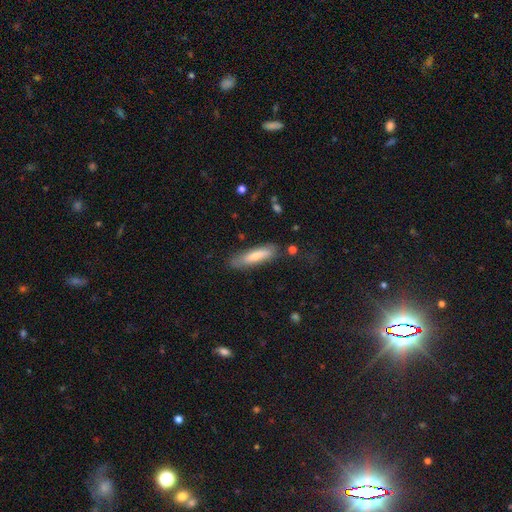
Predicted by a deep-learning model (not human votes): This is likely a smooth galaxy (64%). How rounded: likely cigar-shaped (74%). Merging: likely none (80%).